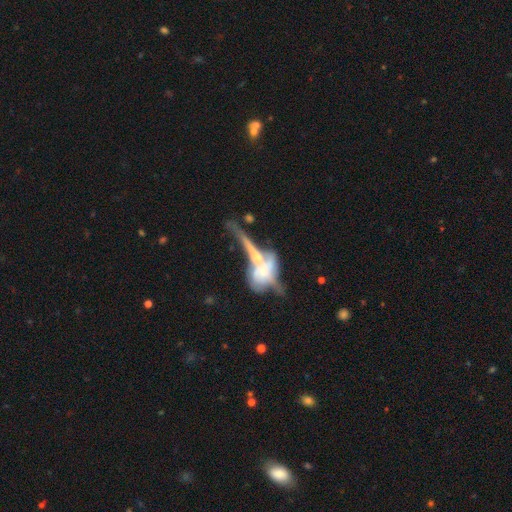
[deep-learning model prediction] Smooth or featured? featured or disk (58%)
Edge-on disk? yes (56%)
Merging? merger (56%)